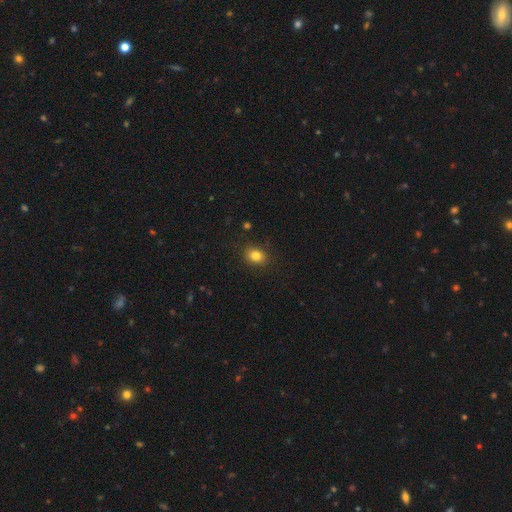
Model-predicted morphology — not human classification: This appears to be a smooth galaxy with no disk features (83%) that is in between round and cigar-shaped (55%). Merging: none (86%).